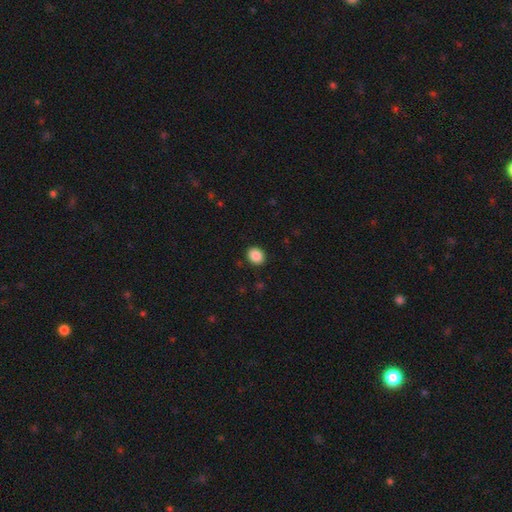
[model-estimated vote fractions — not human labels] Smooth or featured?
  - smooth: 88% *
  - star or artifact: 9%
  - featured or disk: 3%
How rounded?
  - round: 64% *
  - in between: 35%
  - cigar-shaped: 1%
Merging?
  - none: 91% *
  - minor disturbance: 6%
  - major disturbance: 2%
  - merger: 1%